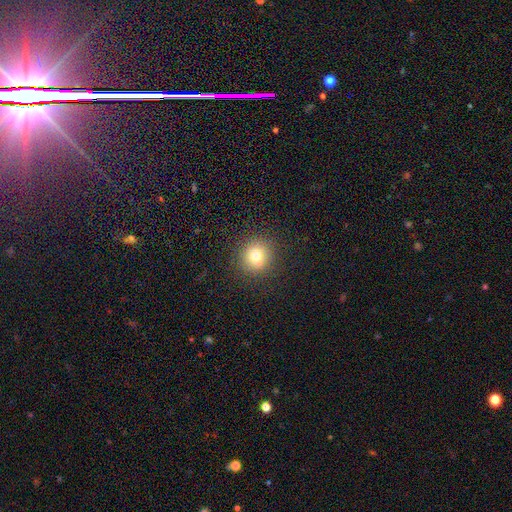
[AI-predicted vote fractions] Smooth or featured? smooth (73%)
How rounded? round (93%)
Merging? none (85%)